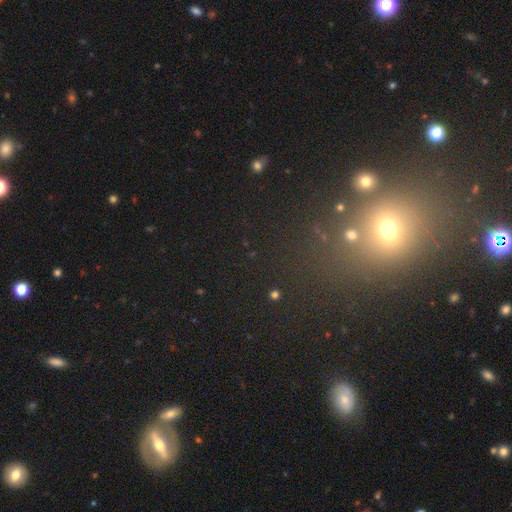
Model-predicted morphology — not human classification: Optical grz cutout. It shows a star or artifact, not a galaxy (51%).